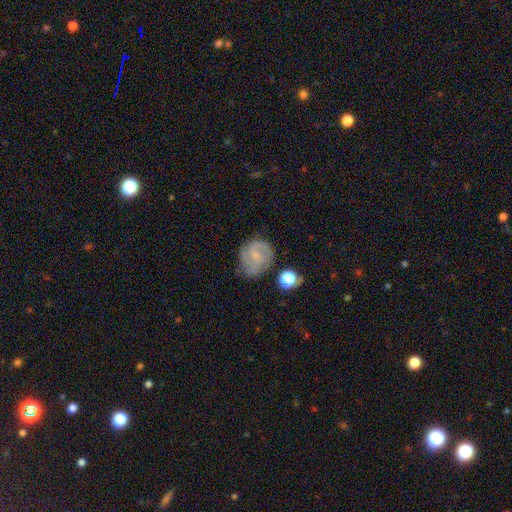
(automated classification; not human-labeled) Smooth or featured? featured or disk (52%)
Edge-on disk? no (97%)
Bar? no (52%)
Spiral arms? yes (79%)
Bulge size? small (69%)
Merging? none (61%)